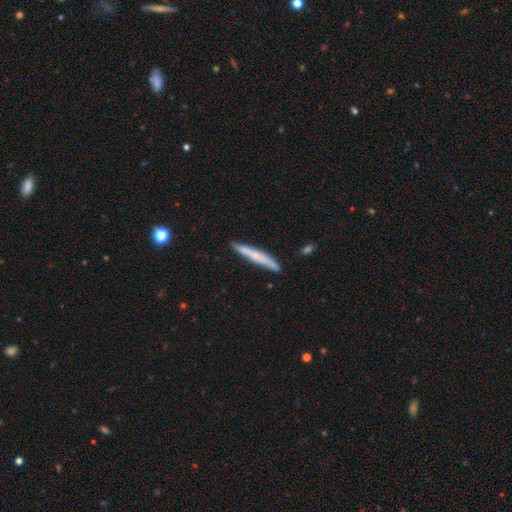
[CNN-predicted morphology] type=smooth (59%); roundness=cigar-shaped (96%); merging=none (86%).